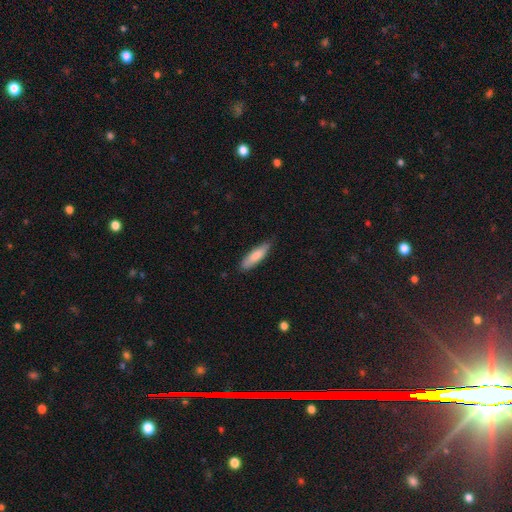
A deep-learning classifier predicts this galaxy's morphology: smooth-or-featured: smooth: 83% | featured or disk: 12% | star or artifact: 5%
  how-rounded: cigar-shaped: 59% | in between: 39% | round: 1%
  merging: none: 79% | minor disturbance: 17% | major disturbance: 3% | merger: 1%